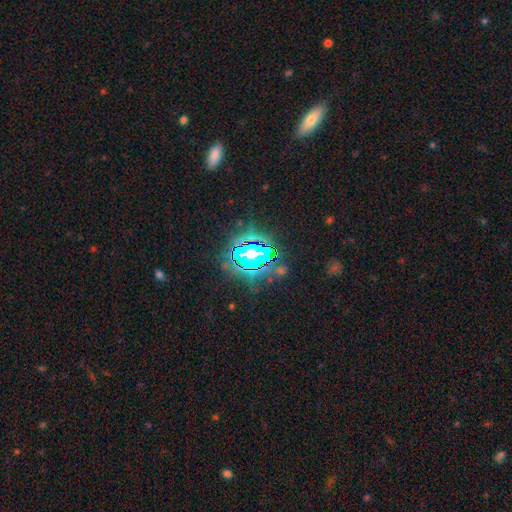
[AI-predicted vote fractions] Smooth or featured?
  - star or artifact: 72% *
  - smooth: 15%
  - featured or disk: 14%